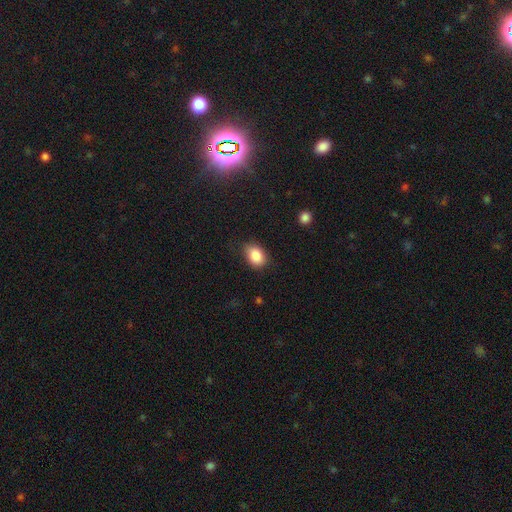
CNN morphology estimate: The model was most divided on "how rounded": in between: 74%, round: 25%, cigar-shaped: 1%. More confident: smooth or featured — smooth (86%); merging — none (74%).